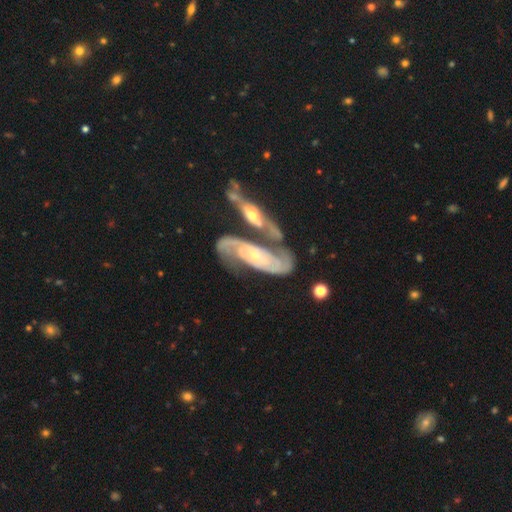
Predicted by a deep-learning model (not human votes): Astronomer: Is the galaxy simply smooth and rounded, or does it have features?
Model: featured or disk — 90%.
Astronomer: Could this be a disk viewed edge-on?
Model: no — 91%.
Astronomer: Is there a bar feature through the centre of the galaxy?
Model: no — 57%.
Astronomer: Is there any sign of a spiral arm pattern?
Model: yes — 97%.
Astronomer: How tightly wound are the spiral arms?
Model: tight — 49% (runner-up: medium, 40%).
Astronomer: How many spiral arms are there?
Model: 2 — 85%.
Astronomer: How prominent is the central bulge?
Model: small — 70%.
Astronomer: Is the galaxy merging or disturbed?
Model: merger — 42% (runner-up: none, 38%).